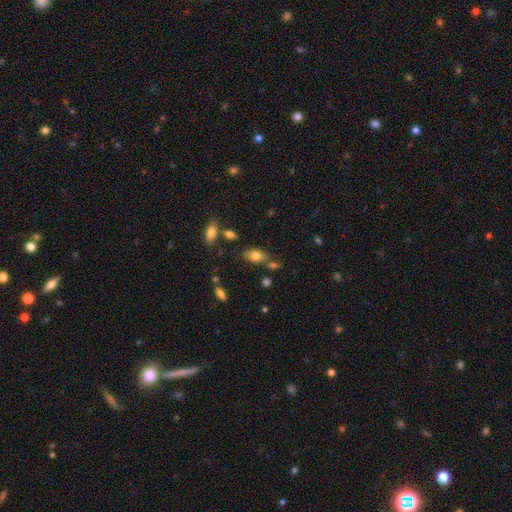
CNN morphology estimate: Smooth or featured: smooth — 78% (featured or disk — 13%)
How rounded: in between — 87% (round — 9%)
Merging: none — 66% (minor disturbance — 18%)